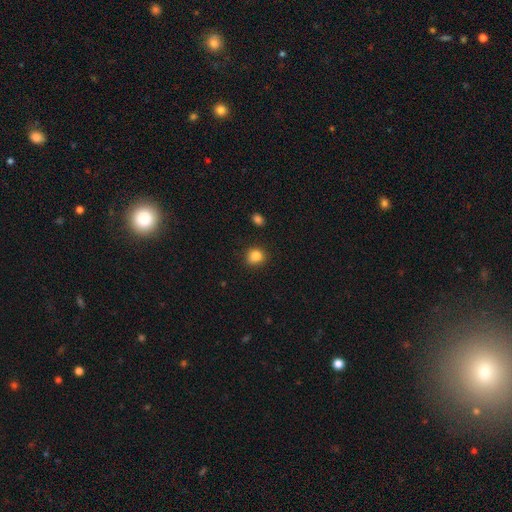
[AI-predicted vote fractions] This appears to be a smooth galaxy with no disk features (85%) that is round (77%). Merging: none (85%).